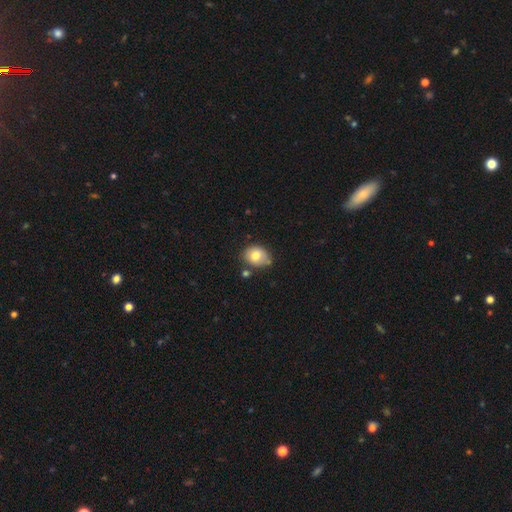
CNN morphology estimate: Smooth or featured?
  - smooth: 76% *
  - featured or disk: 15%
  - star or artifact: 9%
How rounded?
  - in between: 52% *
  - round: 48%
  - cigar-shaped: 1%
Merging?
  - none: 62% *
  - minor disturbance: 24%
  - merger: 10%
  - major disturbance: 5%